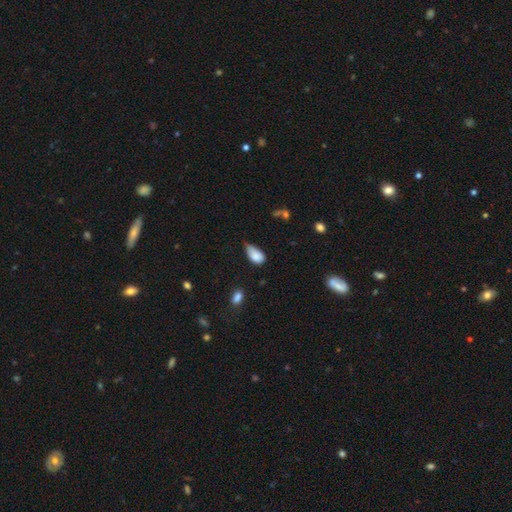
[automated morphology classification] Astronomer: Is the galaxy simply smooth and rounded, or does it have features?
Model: smooth — 83%.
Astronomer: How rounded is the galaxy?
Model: in between — 90%.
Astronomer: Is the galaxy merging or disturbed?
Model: minor disturbance — 54%.